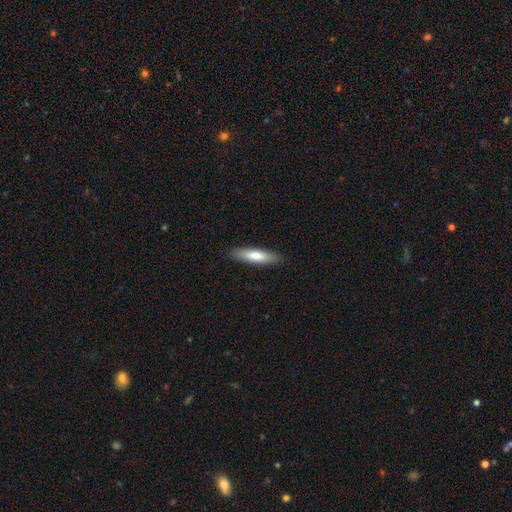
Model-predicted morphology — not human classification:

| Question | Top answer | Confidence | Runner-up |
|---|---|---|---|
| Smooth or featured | smooth | 75% | featured or disk (20%) |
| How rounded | cigar-shaped | 73% | in between (26%) |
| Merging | none | 89% | minor disturbance (9%) |